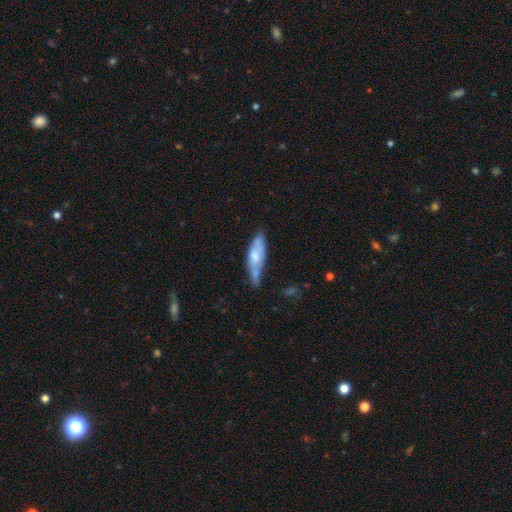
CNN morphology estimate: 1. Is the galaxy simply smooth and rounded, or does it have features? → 58% smooth, 36% featured or disk, 6% star or artifact.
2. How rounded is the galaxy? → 55% in between, 43% cigar-shaped, 2% round.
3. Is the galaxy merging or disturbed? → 42% none, 34% minor disturbance, 12% merger, 12% major disturbance.